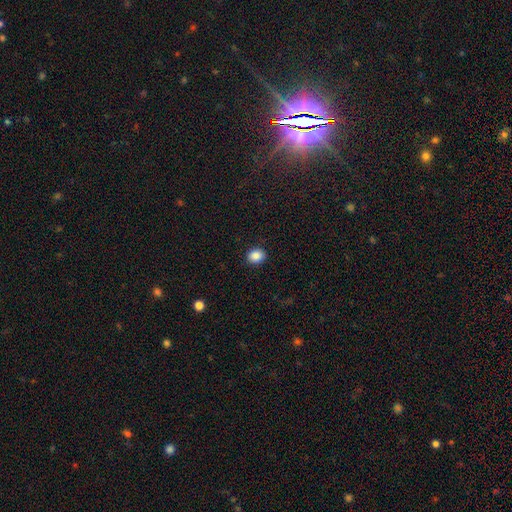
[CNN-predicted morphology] This is clearly a smooth galaxy (87%). How rounded: likely round (64%). Merging: clearly none (90%).